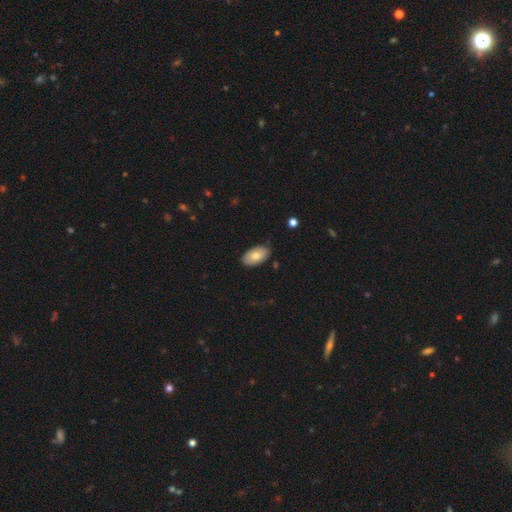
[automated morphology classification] A smooth galaxy with no disk features (75%) that is in between round and cigar-shaped (95%).

Vote fractions:
- Smooth or featured? smooth: 75% / featured or disk: 18% / star or artifact: 7%
- How rounded? in between: 95% / round: 4% / cigar-shaped: 2%
- Merging? none: 82% / minor disturbance: 15% / major disturbance: 2% / merger: 1%